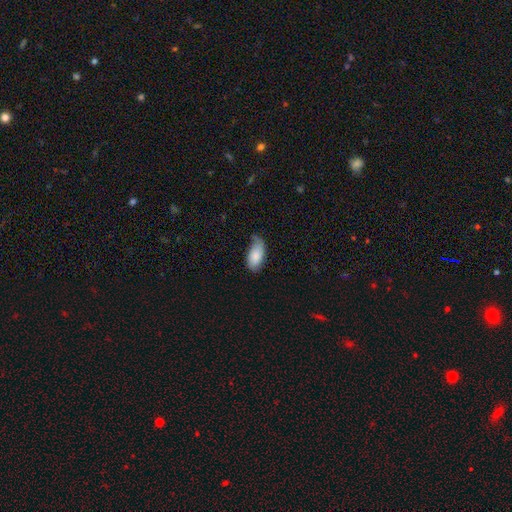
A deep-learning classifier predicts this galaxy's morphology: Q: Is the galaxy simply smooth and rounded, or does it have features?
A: smooth — 82%.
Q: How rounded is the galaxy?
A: in between — 94%.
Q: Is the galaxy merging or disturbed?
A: none — 44%.